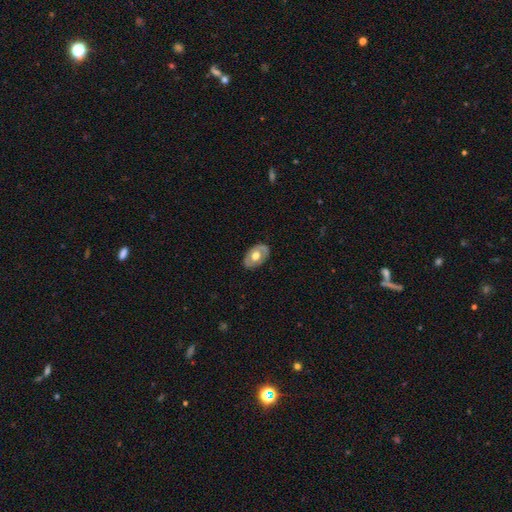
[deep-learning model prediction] This is possibly a featured or disk galaxy (49%). Merging: clearly none (83%).